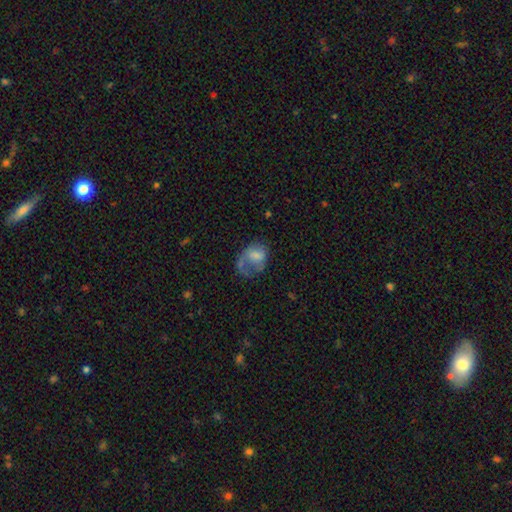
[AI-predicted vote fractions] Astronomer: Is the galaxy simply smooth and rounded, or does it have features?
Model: smooth — 54% (runner-up: featured or disk, 37%).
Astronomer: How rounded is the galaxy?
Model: in between — 66%.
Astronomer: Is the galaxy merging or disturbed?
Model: major disturbance — 49% (runner-up: none, 25%).